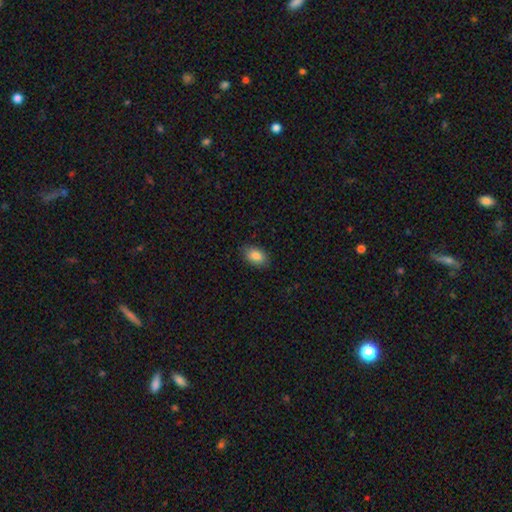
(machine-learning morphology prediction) A smooth galaxy with no disk features (87%) that is in between round and cigar-shaped (90%).

Vote fractions:
- Smooth or featured? smooth: 87% / star or artifact: 7% / featured or disk: 6%
- How rounded? in between: 90% / round: 9% / cigar-shaped: 1%
- Merging? none: 86% / minor disturbance: 10% / major disturbance: 2% / merger: 1%